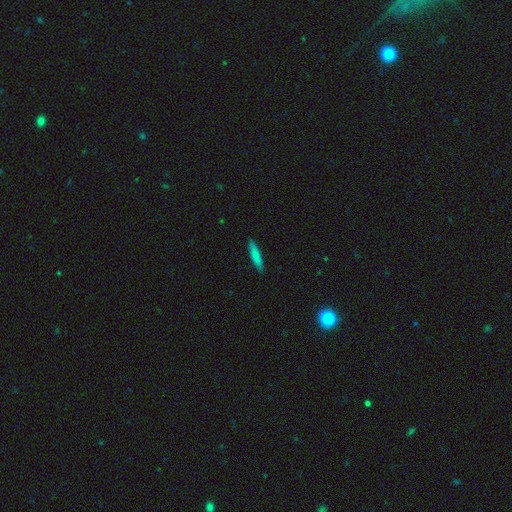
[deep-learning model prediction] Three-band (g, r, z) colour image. It shows a smooth galaxy with no disk features (77%) that is cigar-shaped (89%). Merging: none (90%).